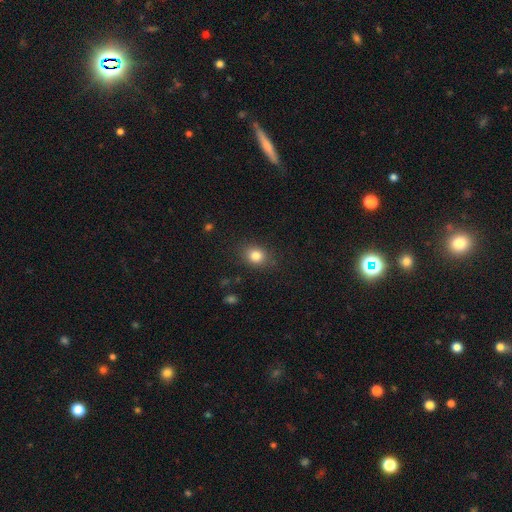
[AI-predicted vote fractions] smooth_or_featured: smooth (p=0.82) [alt: star or artifact p=0.11]
how_rounded: round (p=0.57) [alt: in between p=0.42]
merging: none (p=0.85) [alt: minor disturbance p=0.10]